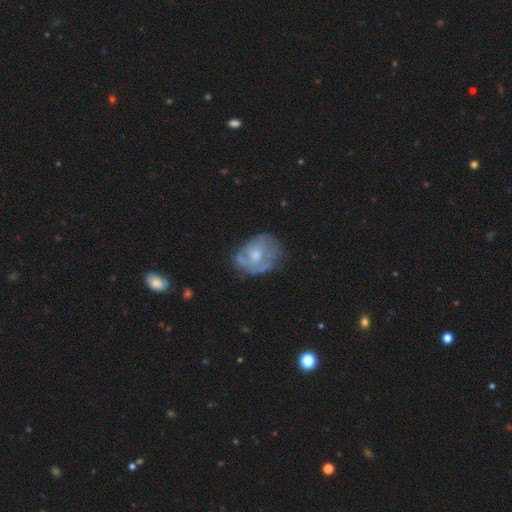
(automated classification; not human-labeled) featured or disk 61%, smooth 32%, star or artifact 7%. Down the decision tree: edge-on disk — no (97%); bar — no (79%); spiral arms — yes (53%); bulge size — moderate (56%); merging — none (54%).